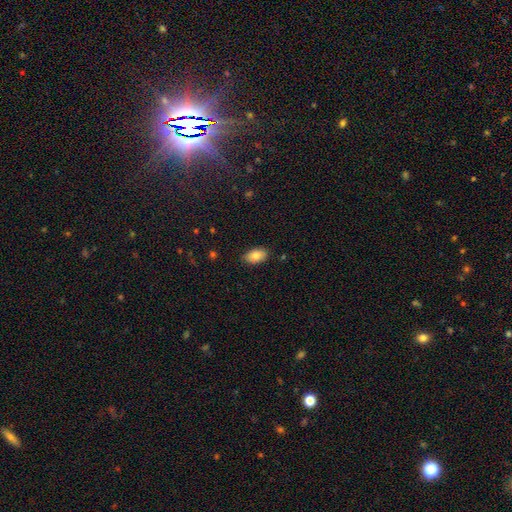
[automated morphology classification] Smooth or featured: smooth — 85% (featured or disk — 8%)
How rounded: in between — 92% (round — 6%)
Merging: none — 82% (minor disturbance — 14%)